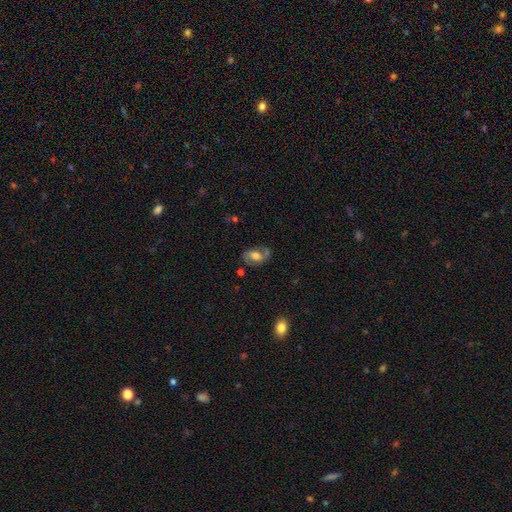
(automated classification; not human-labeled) Smooth or featured? Predicted: featured or disk (p=0.48). Merging? Predicted: none (p=0.58).